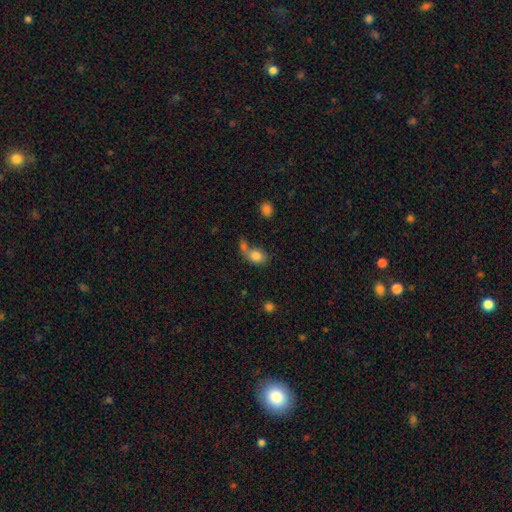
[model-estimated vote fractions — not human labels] The model was most divided on "merging": merger: 43%, none: 36%, minor disturbance: 13%, major disturbance: 8%. More confident: smooth or featured — smooth (82%); how rounded — in between (63%).